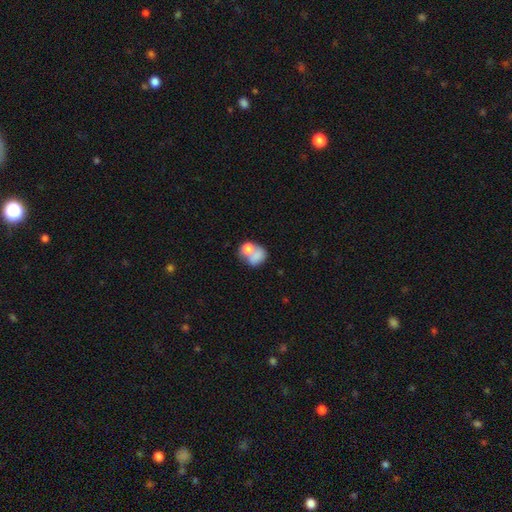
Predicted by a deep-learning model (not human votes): Q: Smooth or featured?
A: smooth (70%); runner-up: featured or disk (21%)
Q: How rounded?
A: round (51%); runner-up: in between (48%)
Q: Merging?
A: merger (55%); runner-up: none (24%)